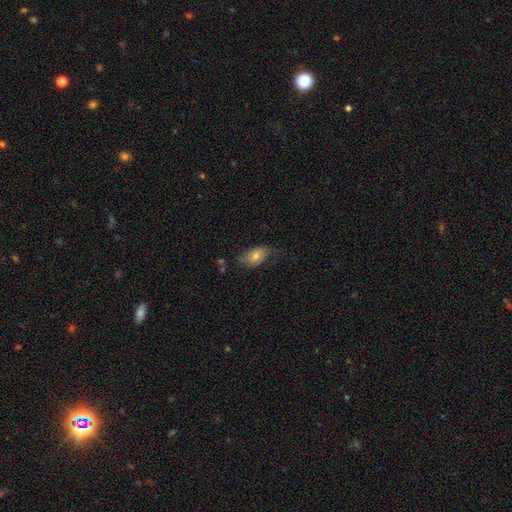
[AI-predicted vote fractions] The model was most divided on "smooth or featured": smooth: 56%, featured or disk: 33%, star or artifact: 10%. More confident: how rounded — in between (88%); merging — none (55%).